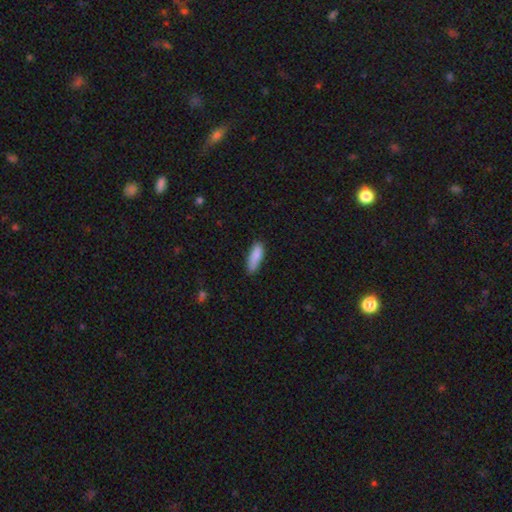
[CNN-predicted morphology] smooth-or-featured: smooth: 86% | featured or disk: 7% | star or artifact: 7%
  how-rounded: in between: 55% | cigar-shaped: 44% | round: 2%
  merging: none: 71% | minor disturbance: 23% | major disturbance: 4% | merger: 2%